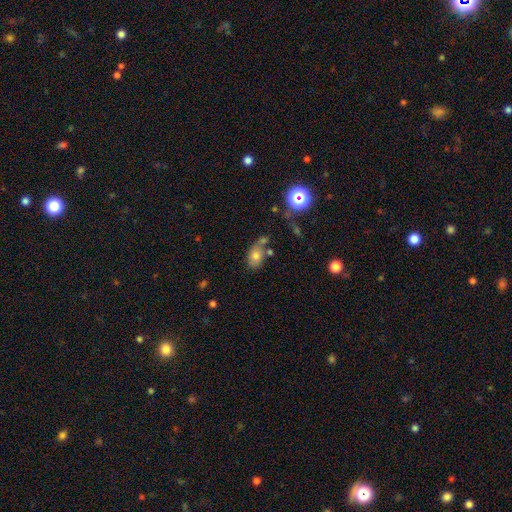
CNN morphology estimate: smooth-or-featured: smooth: 71% | featured or disk: 16% | star or artifact: 13%
  how-rounded: in between: 79% | round: 19% | cigar-shaped: 2%
  merging: none: 50% | merger: 22% | minor disturbance: 20% | major disturbance: 8%